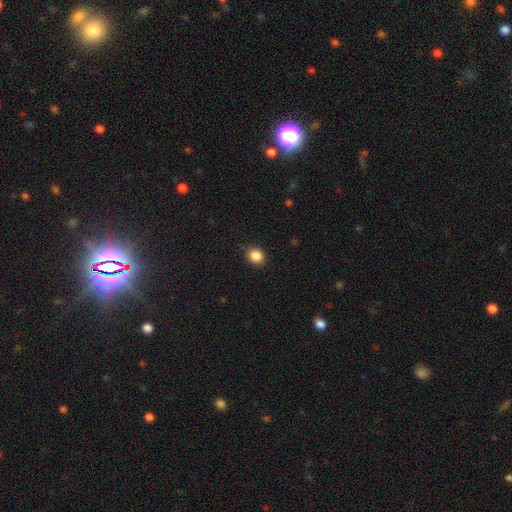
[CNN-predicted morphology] A smooth galaxy with no disk features (87%) that is round (71%).

Vote fractions:
- Smooth or featured? smooth: 87% / star or artifact: 10% / featured or disk: 3%
- How rounded? round: 71% / in between: 28% / cigar-shaped: 1%
- Merging? none: 83% / minor disturbance: 13% / major disturbance: 3% / merger: 1%